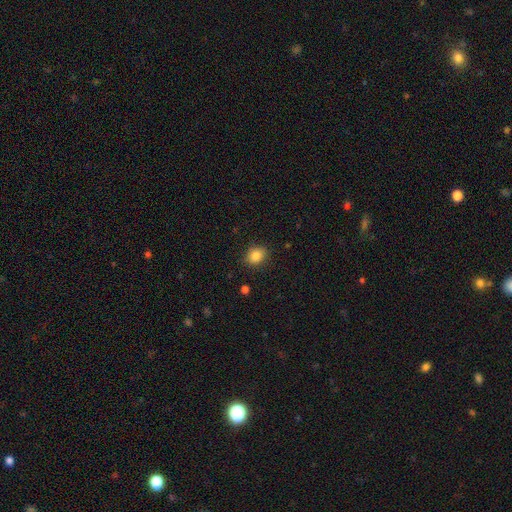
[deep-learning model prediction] Smooth or featured? smooth (85%)
How rounded? round (54%)
Merging? none (87%)